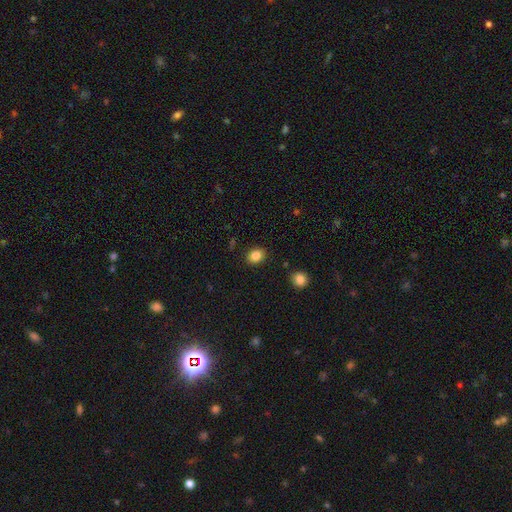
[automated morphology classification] This appears to be a smooth galaxy with no disk features (85%) that is in between round and cigar-shaped (52%). Merging: none (88%).